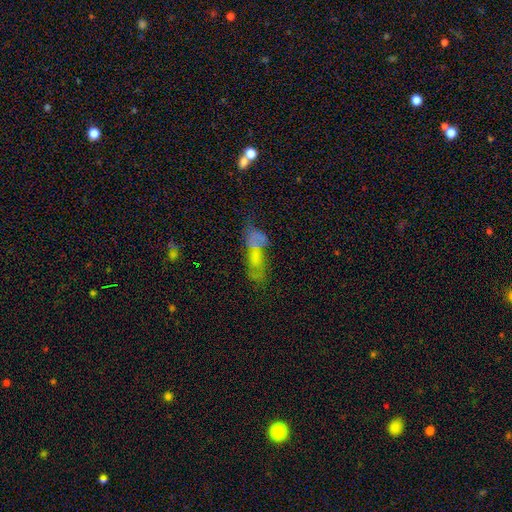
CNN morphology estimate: A featured or disk galaxy (42%).

Vote fractions:
- Smooth or featured? featured or disk: 42% / smooth: 41% / star or artifact: 17%
- Merging? none: 34% / merger: 26% / major disturbance: 21% / minor disturbance: 18%